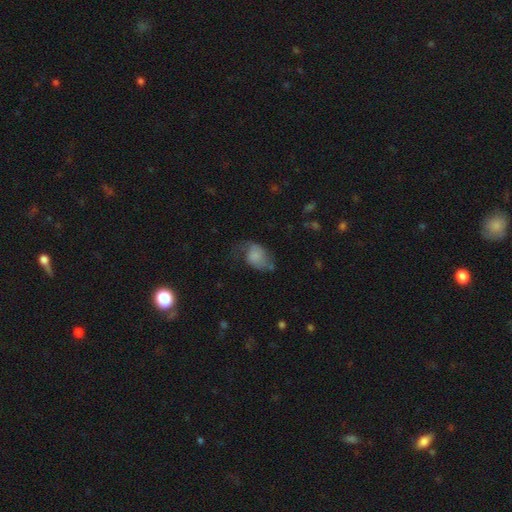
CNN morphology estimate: Smooth or featured? smooth (64%)
How rounded? in between (81%)
Merging? major disturbance (34%)